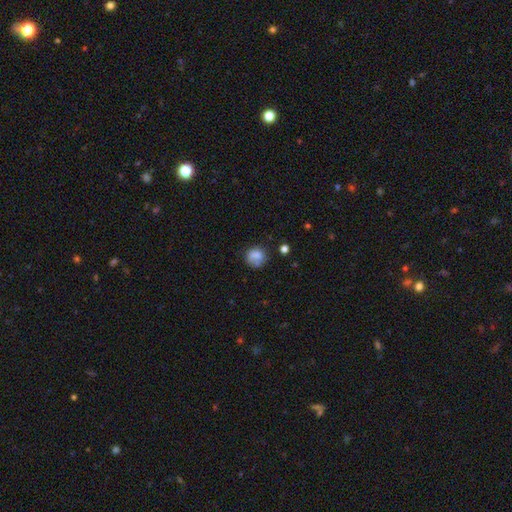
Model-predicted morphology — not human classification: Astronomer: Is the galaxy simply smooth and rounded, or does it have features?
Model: smooth — 73%.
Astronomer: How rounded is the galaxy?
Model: round — 76%.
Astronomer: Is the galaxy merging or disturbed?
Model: none — 54%.